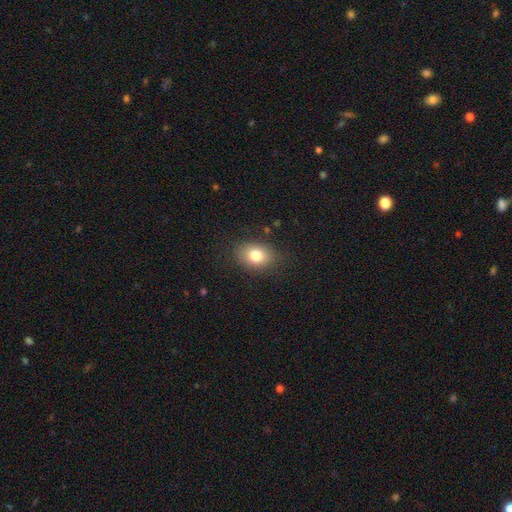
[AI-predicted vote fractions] This appears to be a smooth galaxy with no disk features (79%) that is in between round and cigar-shaped (69%). Merging: none (83%).